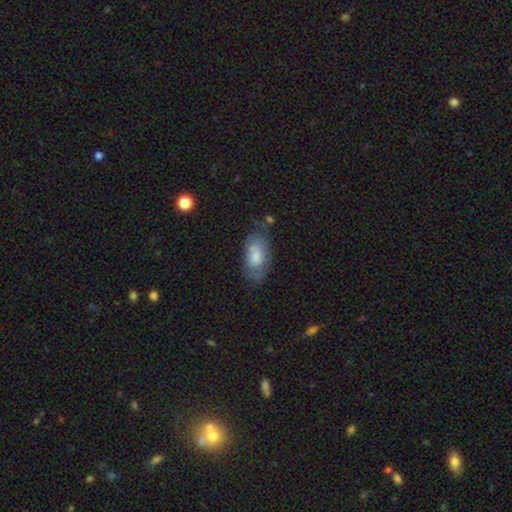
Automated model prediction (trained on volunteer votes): smooth-or-featured: smooth: 70% | featured or disk: 23% | star or artifact: 7%
  how-rounded: in between: 93% | cigar-shaped: 4% | round: 4%
  merging: none: 57% | minor disturbance: 27% | major disturbance: 11% | merger: 5%